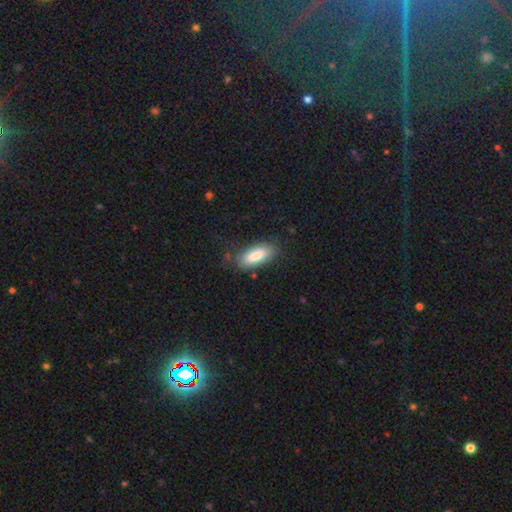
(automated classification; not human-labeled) smooth 82%, featured or disk 12%, star or artifact 6%. Down the decision tree: how rounded — in between (80%); merging — none (76%).